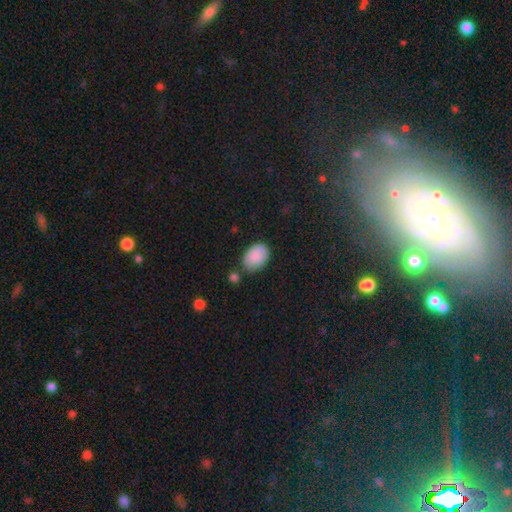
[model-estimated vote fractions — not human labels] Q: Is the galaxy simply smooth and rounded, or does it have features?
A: smooth — 87%.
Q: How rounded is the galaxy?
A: in between — 86%.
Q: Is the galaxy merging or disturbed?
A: none — 65%.